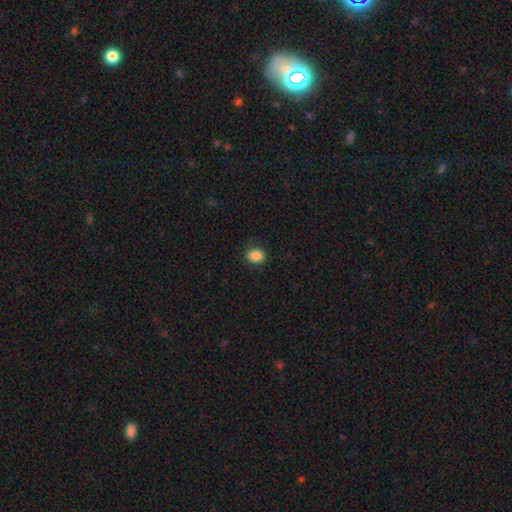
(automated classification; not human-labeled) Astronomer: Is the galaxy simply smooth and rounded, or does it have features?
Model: smooth — 87%.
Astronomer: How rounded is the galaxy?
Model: in between — 55% (runner-up: round, 44%).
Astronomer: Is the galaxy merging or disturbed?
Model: none — 88%.